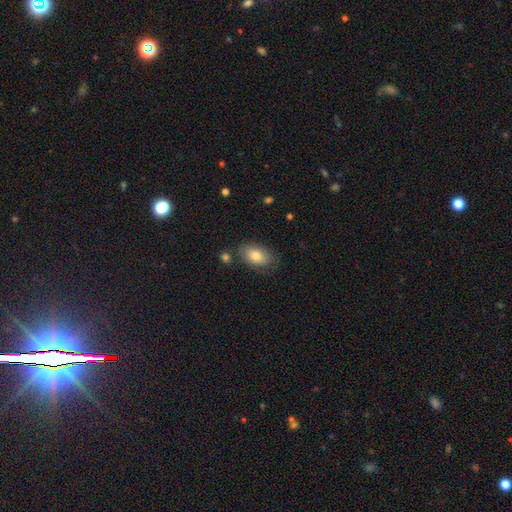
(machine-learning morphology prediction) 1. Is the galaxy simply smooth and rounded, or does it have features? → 80% smooth, 12% featured or disk, 8% star or artifact.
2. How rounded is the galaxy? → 91% in between, 7% round, 2% cigar-shaped.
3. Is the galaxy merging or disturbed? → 76% none, 15% minor disturbance, 5% merger, 4% major disturbance.